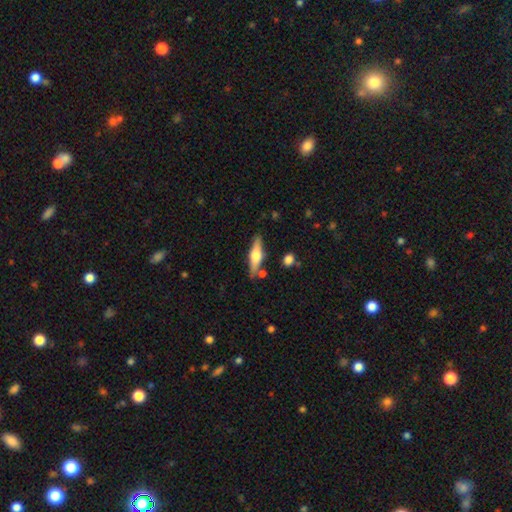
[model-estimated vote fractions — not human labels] This appears to be a featured or disk galaxy (52%) viewed edge-on (93%). Merging: none (81%).